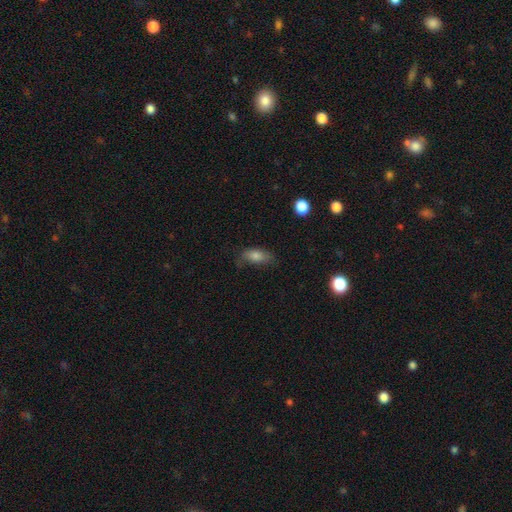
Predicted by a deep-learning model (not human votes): Smooth or featured? Predicted: smooth (p=0.77). How rounded? Predicted: in between (p=0.82). Merging? Predicted: none (p=0.62).